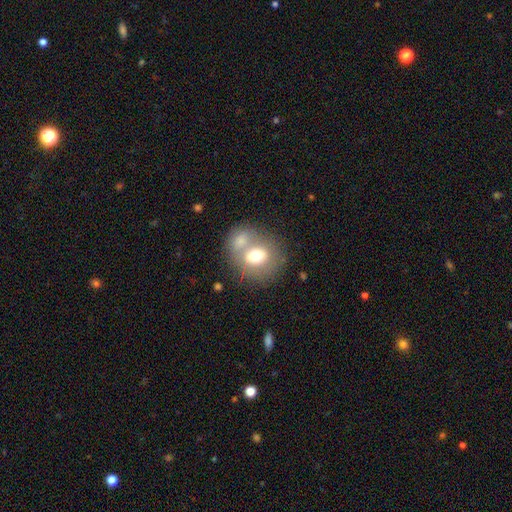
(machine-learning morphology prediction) smooth_or_featured: smooth (p=0.65) [alt: featured or disk p=0.26]
how_rounded: round (p=0.68) [alt: in between p=0.31]
merging: none (p=0.42) [alt: merger p=0.41]